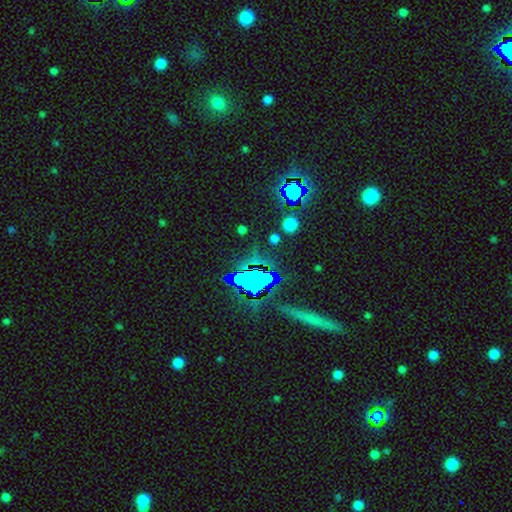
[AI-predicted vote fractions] smooth_or_featured: star or artifact (p=0.77) [alt: smooth p=0.12]